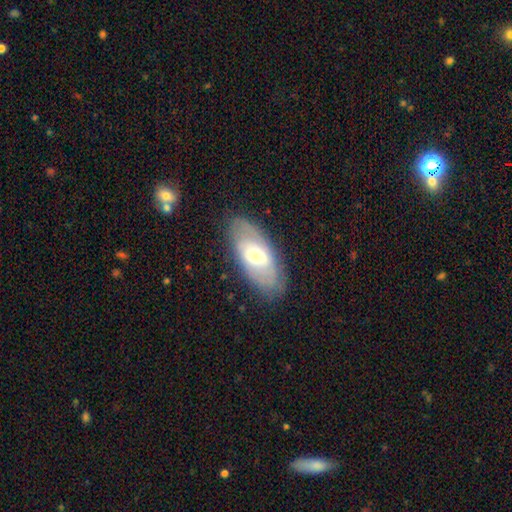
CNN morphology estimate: A featured or disk galaxy (51%).

Vote fractions:
- Smooth or featured? featured or disk: 51% / smooth: 42% / star or artifact: 7%
- Edge-on disk? no: 85% / yes: 15%
- Merging? none: 82% / minor disturbance: 13% / major disturbance: 4% / merger: 1%